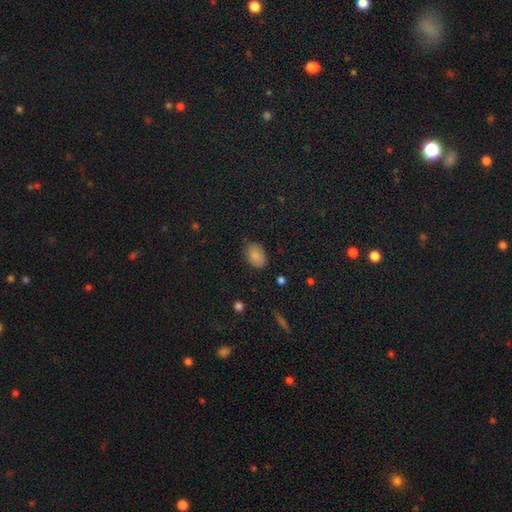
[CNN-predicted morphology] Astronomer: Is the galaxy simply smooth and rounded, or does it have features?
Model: smooth — 85%.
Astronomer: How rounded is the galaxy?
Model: in between — 84%.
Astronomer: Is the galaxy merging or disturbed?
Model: none — 80%.